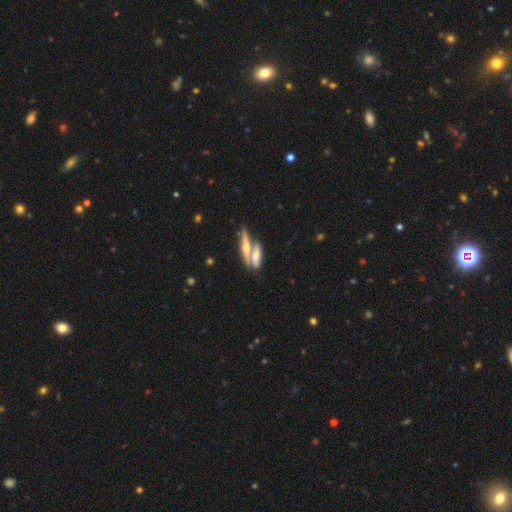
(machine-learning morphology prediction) type=featured or disk (48%); merging=merger (55%).